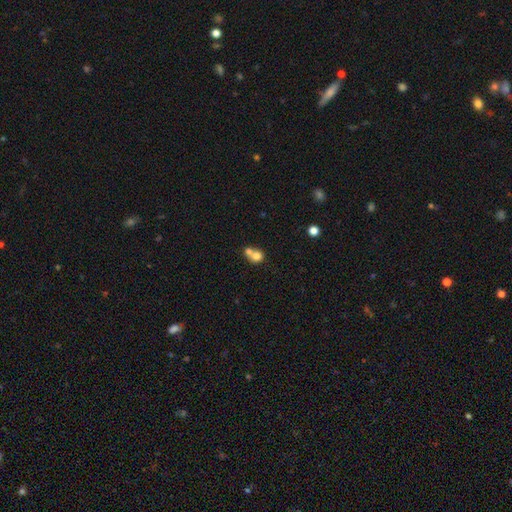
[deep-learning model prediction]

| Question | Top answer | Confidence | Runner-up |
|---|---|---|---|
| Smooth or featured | smooth | 74% | featured or disk (15%) |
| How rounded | round | 73% | in between (26%) |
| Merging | merger | 64% | none (27%) |